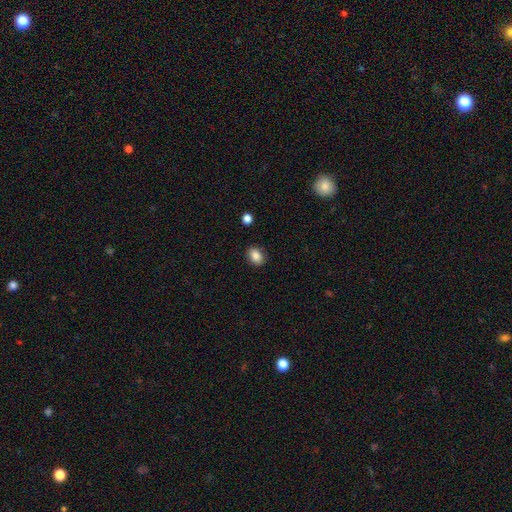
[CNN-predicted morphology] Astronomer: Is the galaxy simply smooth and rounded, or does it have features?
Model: smooth — 86%.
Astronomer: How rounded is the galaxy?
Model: in between — 75%.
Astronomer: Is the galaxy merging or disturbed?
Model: none — 88%.